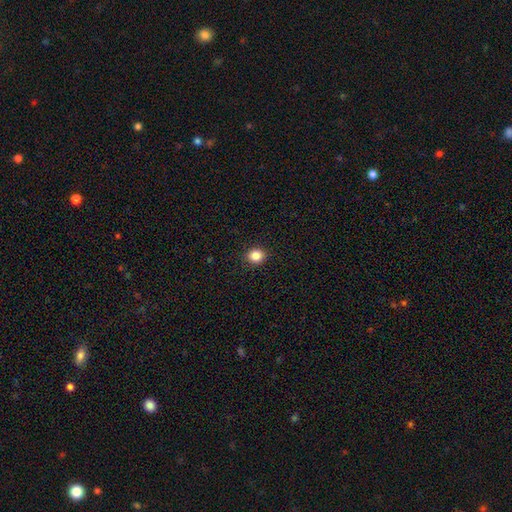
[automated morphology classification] smooth-or-featured: smooth: 84% | star or artifact: 11% | featured or disk: 5%
  how-rounded: round: 78% | in between: 21% | cigar-shaped: 1%
  merging: none: 92% | minor disturbance: 6% | major disturbance: 2% | merger: 1%